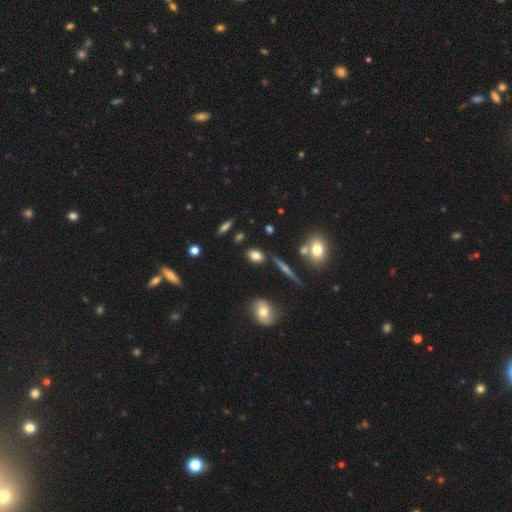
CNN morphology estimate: Overall: smooth (76%). How rounded: in between (73%). Merging: none (77%).